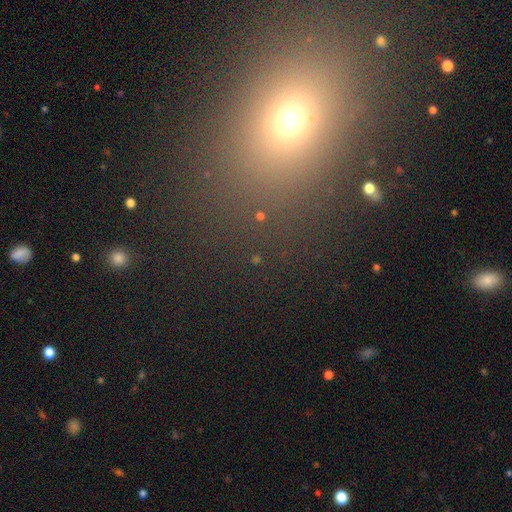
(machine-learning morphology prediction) Q: Smooth or featured?
A: star or artifact (50%); runner-up: smooth (39%)